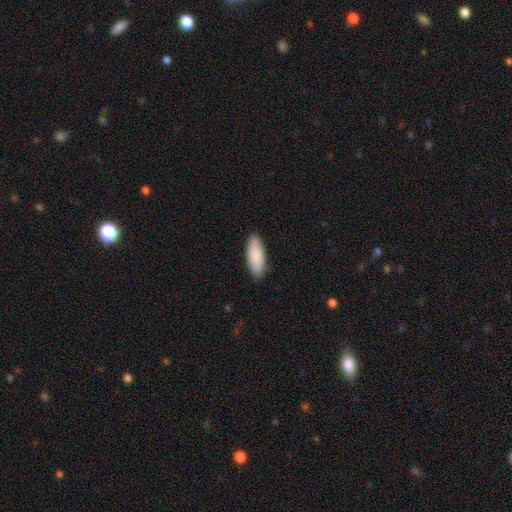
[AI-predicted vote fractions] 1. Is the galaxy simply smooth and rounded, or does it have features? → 89% smooth, 6% featured or disk, 5% star or artifact.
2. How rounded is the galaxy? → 71% in between, 27% cigar-shaped, 2% round.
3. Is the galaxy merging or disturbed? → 88% none, 9% minor disturbance, 2% major disturbance, 1% merger.